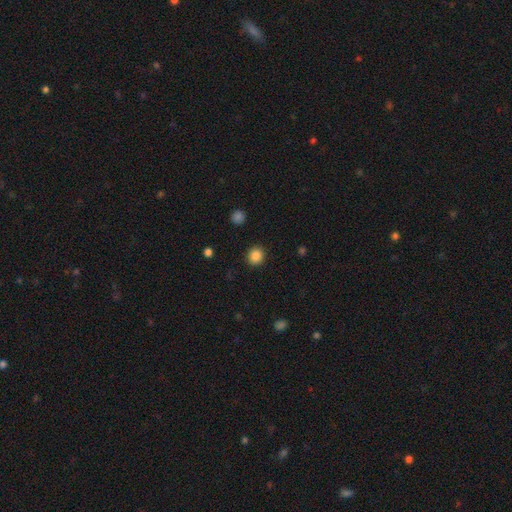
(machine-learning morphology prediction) The model was most divided on "smooth or featured": smooth: 86%, star or artifact: 10%, featured or disk: 3%. More confident: merging — none (91%); how rounded — round (89%).